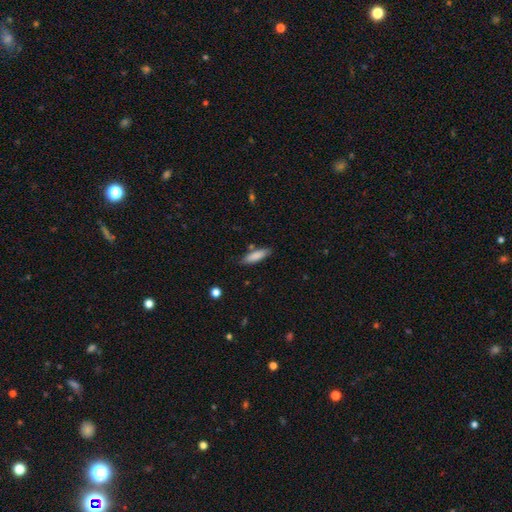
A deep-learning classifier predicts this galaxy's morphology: Smooth or featured? smooth (83%)
How rounded? cigar-shaped (60%)
Merging? none (79%)